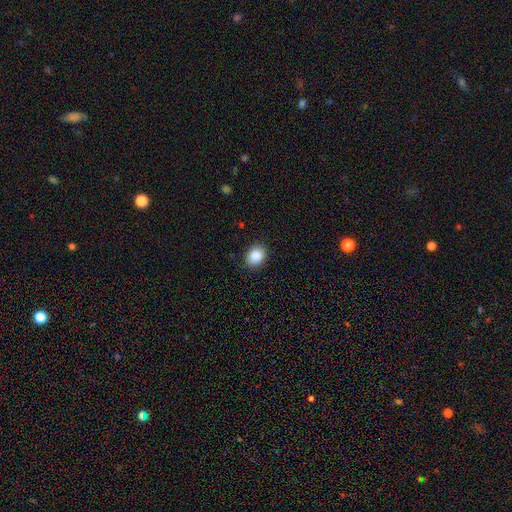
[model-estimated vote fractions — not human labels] A smooth galaxy with no disk features (85%) that is round (55%). Merging: none (85%).